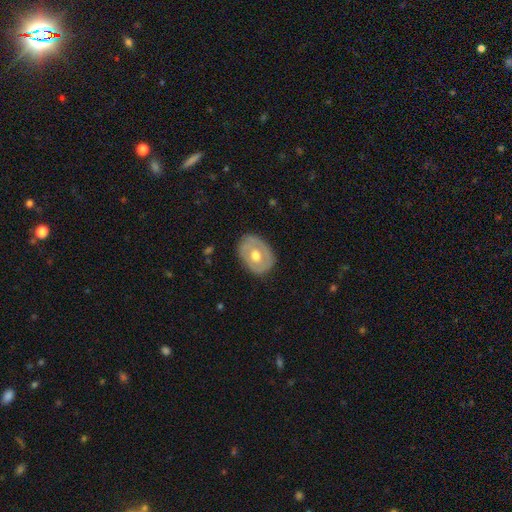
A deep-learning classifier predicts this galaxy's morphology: This is possibly a featured or disk galaxy (52%). It is clearly not viewed edge-on (93%). Merging: likely none (78%).